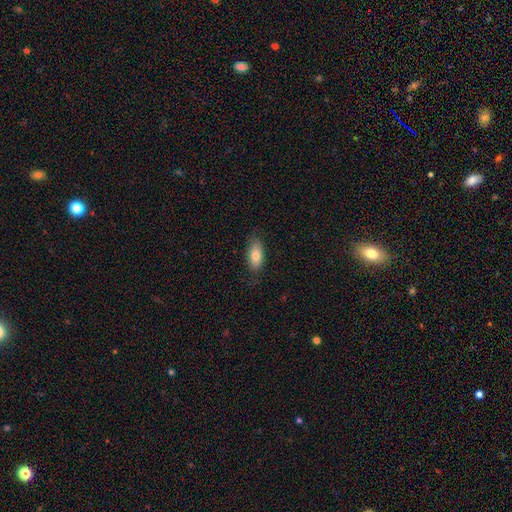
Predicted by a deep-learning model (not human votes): A smooth galaxy with no disk features (79%) that is in between round and cigar-shaped (87%).

Vote fractions:
- Smooth or featured? smooth: 79% / featured or disk: 15% / star or artifact: 7%
- How rounded? in between: 87% / cigar-shaped: 10% / round: 3%
- Merging? none: 77% / minor disturbance: 18% / major disturbance: 4% / merger: 1%